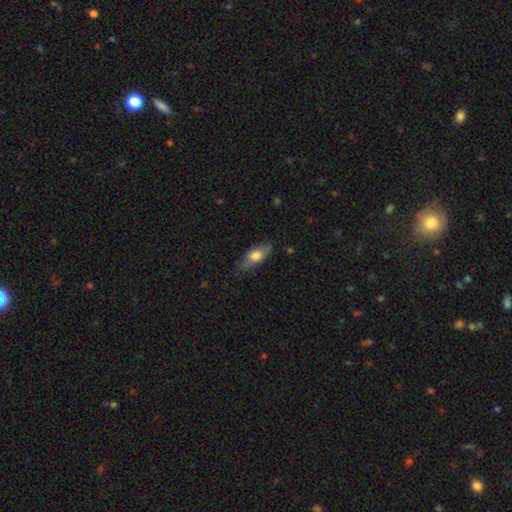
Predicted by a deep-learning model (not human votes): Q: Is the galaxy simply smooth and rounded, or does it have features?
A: smooth — 62%.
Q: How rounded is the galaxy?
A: in between — 74%.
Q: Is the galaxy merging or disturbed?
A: none — 75%.